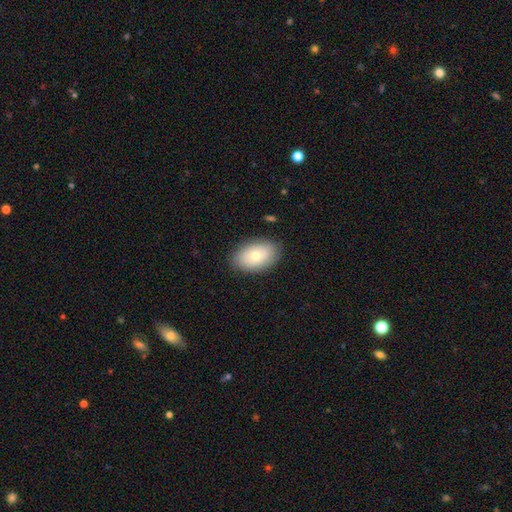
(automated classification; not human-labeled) Smooth or featured? Predicted: smooth (p=0.69). How rounded? Predicted: in between (p=0.88). Merging? Predicted: none (p=0.84).